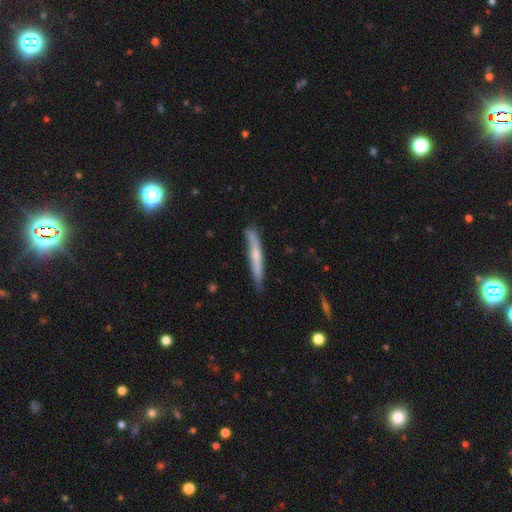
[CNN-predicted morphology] Q: Smooth or featured?
A: smooth (52%); runner-up: featured or disk (42%)
Q: How rounded?
A: cigar-shaped (95%); runner-up: in between (4%)
Q: Merging?
A: none (74%); runner-up: minor disturbance (21%)